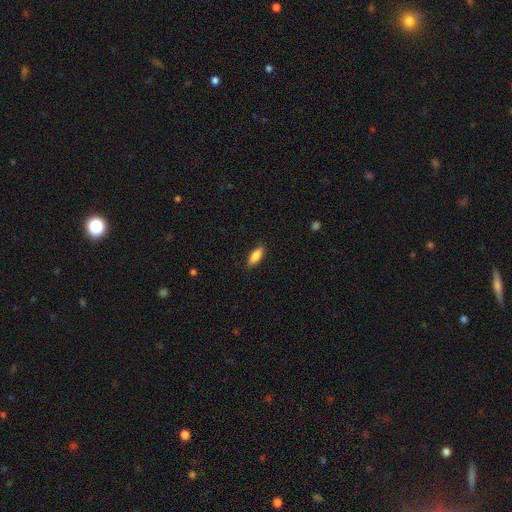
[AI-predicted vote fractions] A smooth galaxy with no disk features (85%) that is in between round and cigar-shaped (78%). Merging: none (86%).